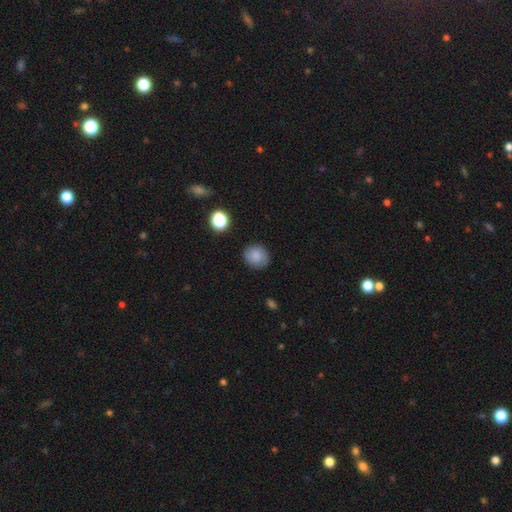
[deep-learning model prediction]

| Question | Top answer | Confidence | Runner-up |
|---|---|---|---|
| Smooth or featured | smooth | 82% | star or artifact (10%) |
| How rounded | round | 77% | in between (22%) |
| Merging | none | 85% | minor disturbance (11%) |